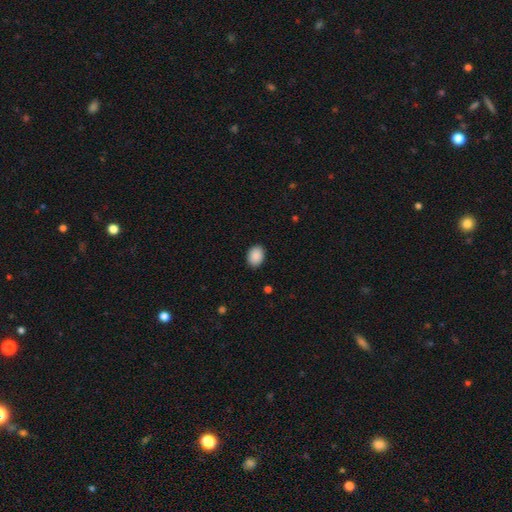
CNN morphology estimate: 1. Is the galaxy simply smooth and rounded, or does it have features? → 90% smooth, 7% star or artifact, 3% featured or disk.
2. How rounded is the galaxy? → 67% in between, 33% round, 1% cigar-shaped.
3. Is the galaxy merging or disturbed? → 89% none, 8% minor disturbance, 2% major disturbance, 1% merger.